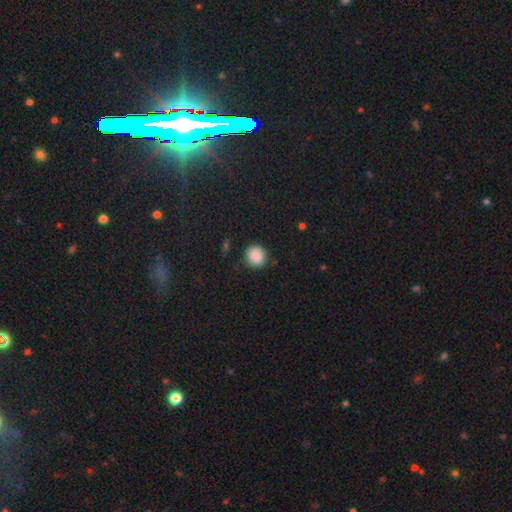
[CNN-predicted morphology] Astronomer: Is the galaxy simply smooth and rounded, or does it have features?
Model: smooth — 87%.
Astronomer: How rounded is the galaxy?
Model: round — 88%.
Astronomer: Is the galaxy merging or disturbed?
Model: none — 85%.